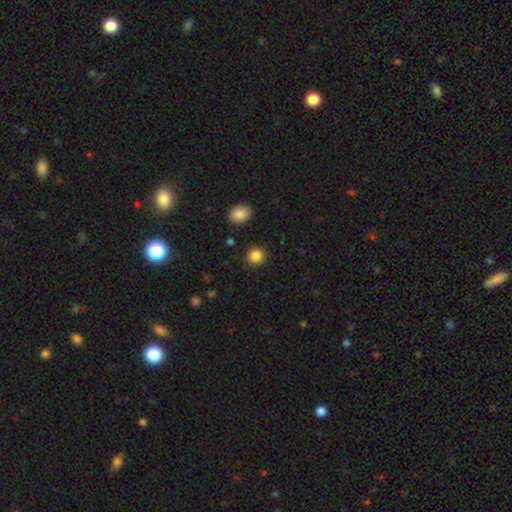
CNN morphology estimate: Smooth or featured: smooth — 86% (star or artifact — 10%)
How rounded: round — 92% (in between — 8%)
Merging: none — 91% (minor disturbance — 5%)